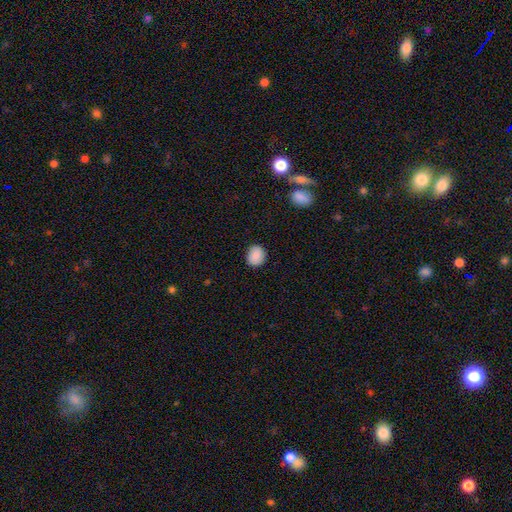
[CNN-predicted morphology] A smooth galaxy with no disk features (88%) that is round (70%).

Vote fractions:
- Smooth or featured? smooth: 88% / star or artifact: 8% / featured or disk: 4%
- How rounded? round: 70% / in between: 29% / cigar-shaped: 1%
- Merging? none: 88% / minor disturbance: 9% / major disturbance: 2% / merger: 1%